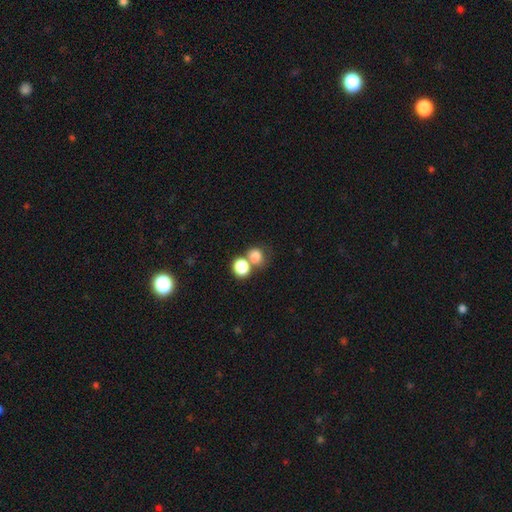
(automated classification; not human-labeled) Morphology: type=smooth (79%); roundness=round (69%); merging=none (45%).